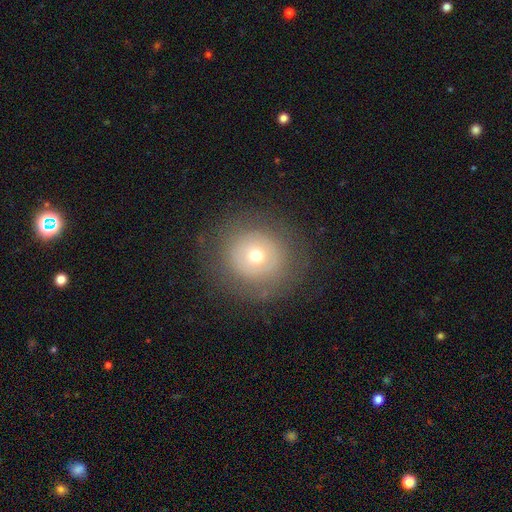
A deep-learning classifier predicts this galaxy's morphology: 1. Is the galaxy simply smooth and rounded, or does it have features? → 58% smooth, 30% featured or disk, 12% star or artifact.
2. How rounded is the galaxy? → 91% round, 8% in between, 1% cigar-shaped.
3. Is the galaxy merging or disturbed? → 83% none, 10% minor disturbance, 6% major disturbance, 1% merger.